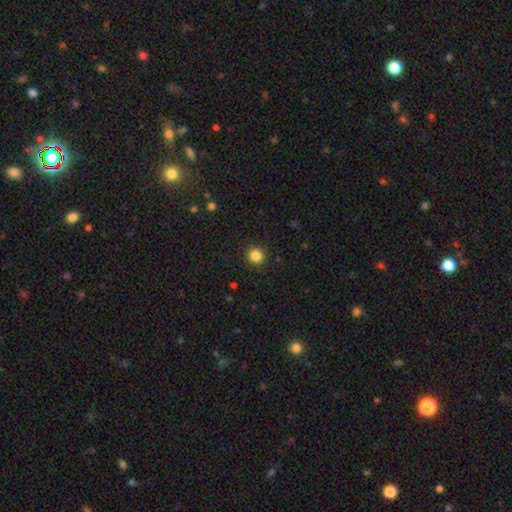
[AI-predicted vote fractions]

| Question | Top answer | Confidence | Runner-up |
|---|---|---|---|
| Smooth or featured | smooth | 85% | star or artifact (11%) |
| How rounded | round | 95% | in between (5%) |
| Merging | none | 91% | minor disturbance (6%) |